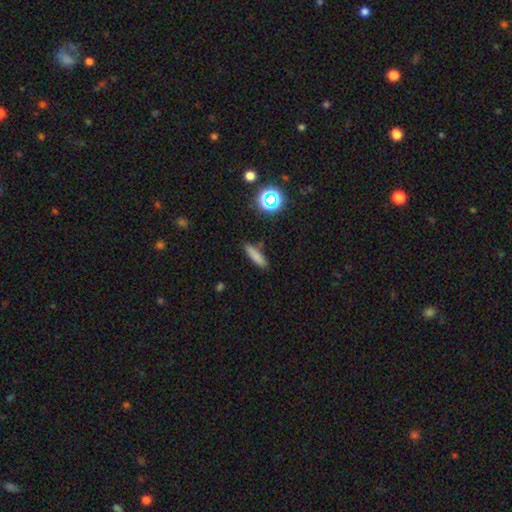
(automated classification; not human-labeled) Smooth or featured? Predicted: smooth (p=0.78). How rounded? Predicted: cigar-shaped (p=0.65). Merging? Predicted: none (p=0.84).